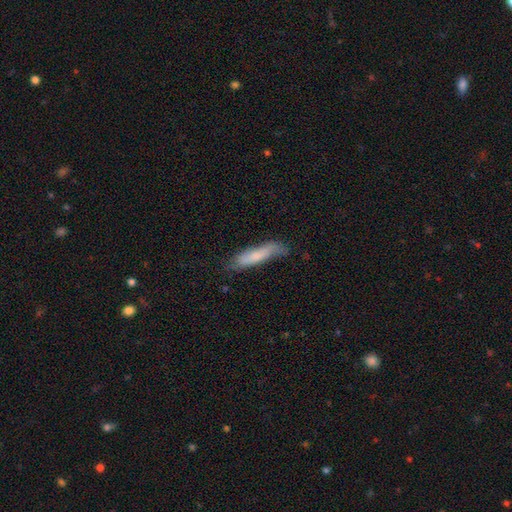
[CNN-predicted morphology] smooth 70%, featured or disk 24%, star or artifact 6%. Down the decision tree: how rounded — cigar-shaped (80%); merging — none (58%).